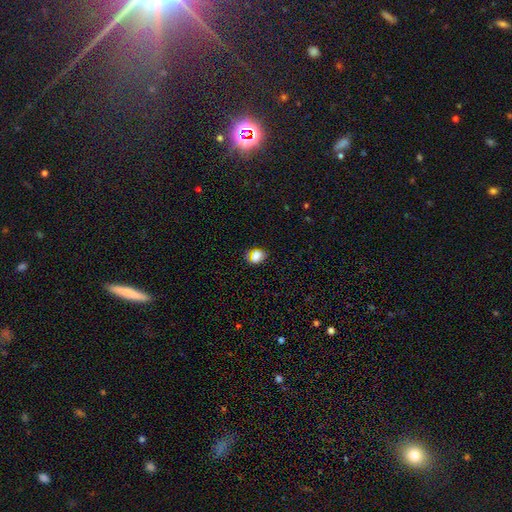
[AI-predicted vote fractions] The model was most divided on "how rounded": in between: 56%, round: 42%, cigar-shaped: 2%. More confident: merging — none (77%); smooth or featured — smooth (72%).